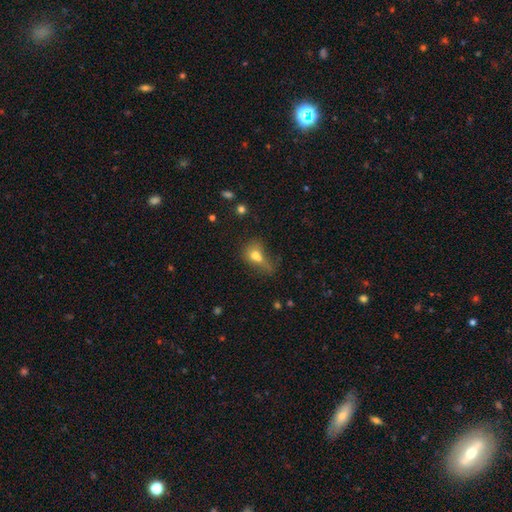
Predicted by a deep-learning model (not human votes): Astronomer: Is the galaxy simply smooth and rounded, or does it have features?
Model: smooth — 69%.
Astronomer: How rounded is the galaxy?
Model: in between — 55% (runner-up: round, 41%).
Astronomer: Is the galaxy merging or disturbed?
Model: merger — 43% (runner-up: major disturbance, 22%).